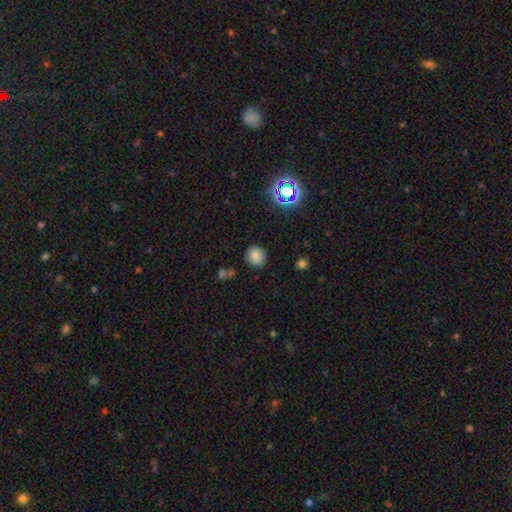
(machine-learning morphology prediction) A smooth galaxy with no disk features (80%) that is round (83%).

Vote fractions:
- Smooth or featured? smooth: 80% / star or artifact: 15% / featured or disk: 6%
- How rounded? round: 83% / in between: 16% / cigar-shaped: 1%
- Merging? none: 85% / minor disturbance: 10% / major disturbance: 3% / merger: 2%